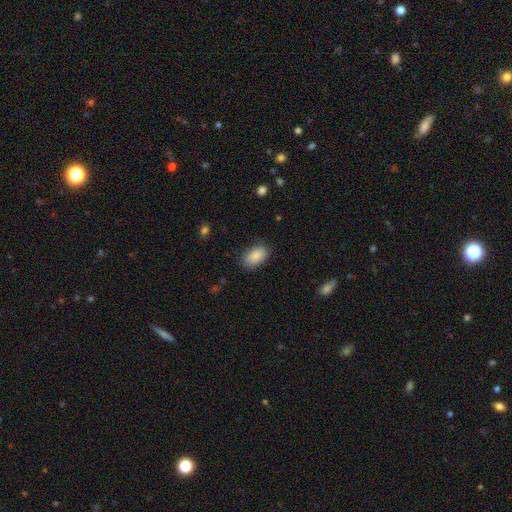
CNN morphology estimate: smooth-or-featured: smooth: 86% | star or artifact: 7% | featured or disk: 7%
  how-rounded: in between: 92% | round: 7% | cigar-shaped: 1%
  merging: none: 81% | minor disturbance: 15% | major disturbance: 4% | merger: 1%